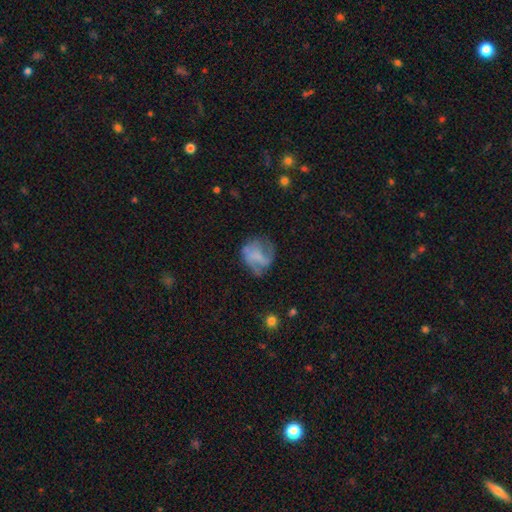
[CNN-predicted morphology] This is possibly a featured or disk galaxy (54%). It is clearly not viewed edge-on (98%). Bar: possibly no (54%). Spiral arm pattern: likely yes (74%). Central bulge: likely none (62%). Merging: possibly none (51%).